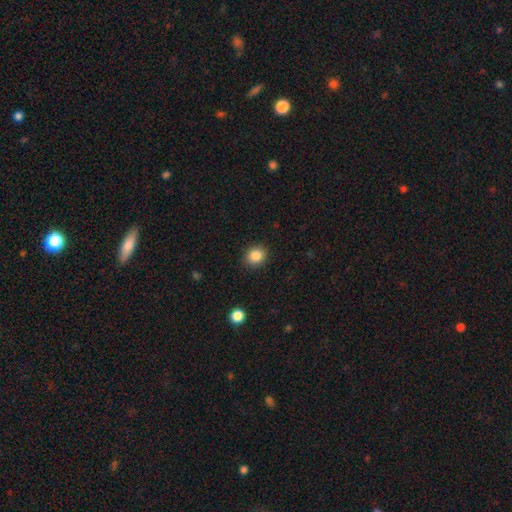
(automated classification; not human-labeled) smooth-or-featured: smooth: 86% | star or artifact: 10% | featured or disk: 4%
  how-rounded: round: 72% | in between: 27% | cigar-shaped: 1%
  merging: none: 89% | minor disturbance: 8% | major disturbance: 2% | merger: 1%